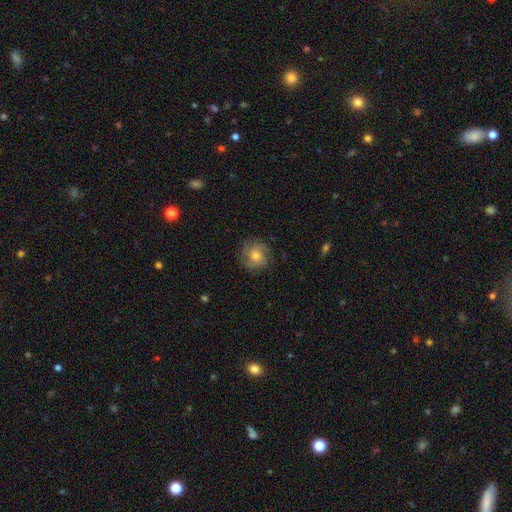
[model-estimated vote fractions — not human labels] A featured or disk galaxy (53%) with no bar (78%), spiral arms (85%) and a moderate central bulge (65%).

Vote fractions:
- Smooth or featured? featured or disk: 53% / smooth: 36% / star or artifact: 10%
- Edge-on disk? no: 97% / yes: 3%
- Bar? no: 78% / weak: 19% / strong: 3%
- Spiral arms? yes: 85% / no: 15%
- Bulge size? moderate: 65% / small: 24% / large: 8% / none: 2% / dominant: 1%
- Merging? none: 78% / minor disturbance: 15% / major disturbance: 6% / merger: 1%